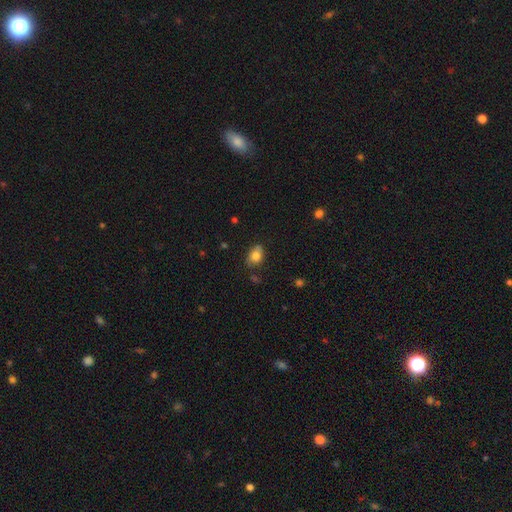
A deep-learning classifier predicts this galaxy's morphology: smooth_or_featured: smooth (p=0.79) [alt: featured or disk p=0.12]
how_rounded: in between (p=0.77) [alt: round p=0.21]
merging: none (p=0.67) [alt: minor disturbance p=0.25]